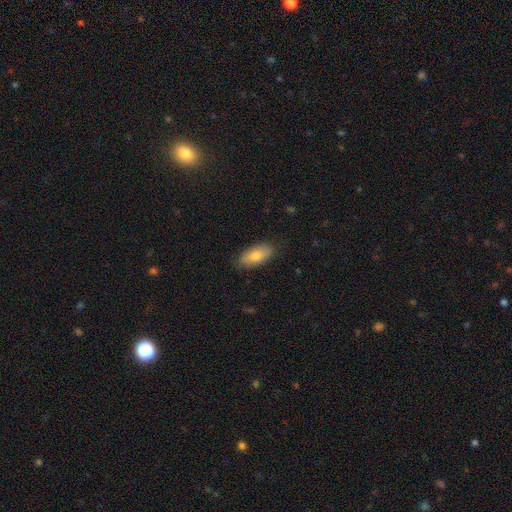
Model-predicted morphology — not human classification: smooth-or-featured: smooth: 77% | featured or disk: 17% | star or artifact: 6%
  how-rounded: in between: 89% | cigar-shaped: 8% | round: 3%
  merging: none: 84% | minor disturbance: 13% | major disturbance: 2% | merger: 1%